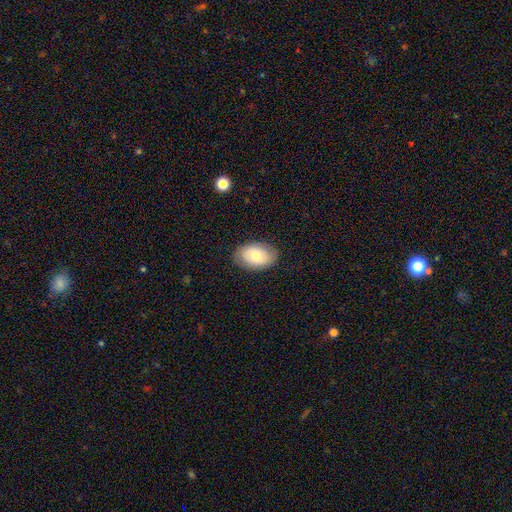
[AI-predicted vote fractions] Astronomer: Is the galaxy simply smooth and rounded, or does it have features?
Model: smooth — 65%.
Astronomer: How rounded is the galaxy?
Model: in between — 87%.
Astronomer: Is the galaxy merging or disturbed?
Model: none — 83%.